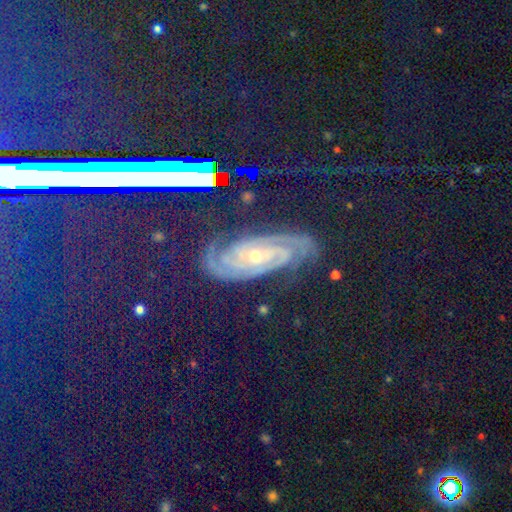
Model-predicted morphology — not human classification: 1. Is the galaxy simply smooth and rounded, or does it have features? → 42% featured or disk (tied), 42% star or artifact (tied), 16% smooth.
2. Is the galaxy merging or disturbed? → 79% none, 13% minor disturbance, 5% major disturbance, 2% merger.